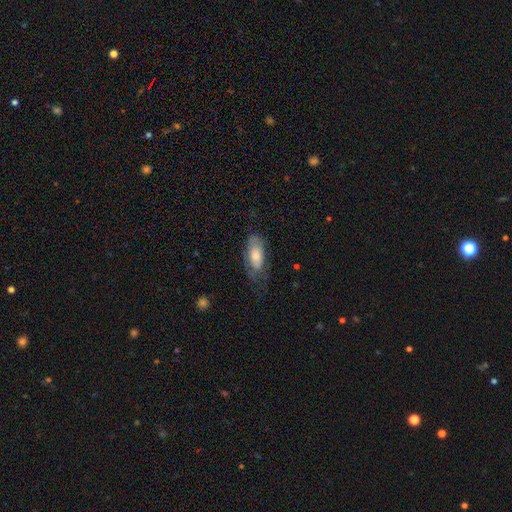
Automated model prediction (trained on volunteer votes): smooth-or-featured: smooth: 65% | featured or disk: 29% | star or artifact: 6%
  how-rounded: in between: 85% | cigar-shaped: 12% | round: 3%
  merging: none: 47% | minor disturbance: 30% | major disturbance: 21% | merger: 2%